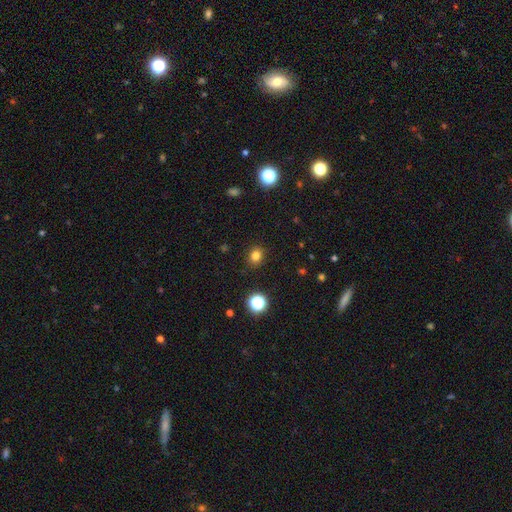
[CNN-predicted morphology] type=smooth (80%); roundness=round (63%); merging=none (87%).